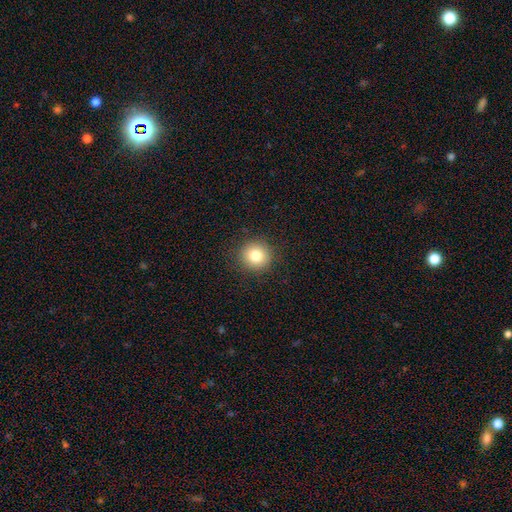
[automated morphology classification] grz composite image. It shows a smooth galaxy with no disk features (80%) that is round (93%). Merging: none (90%).